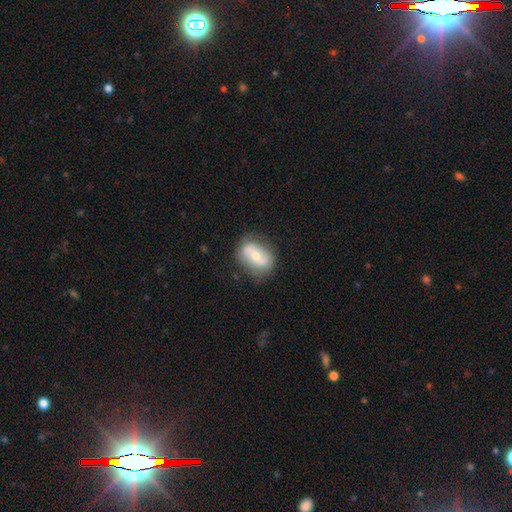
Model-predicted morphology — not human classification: Smooth or featured? Predicted: featured or disk (p=0.52). Edge-on disk? Predicted: no (p=0.95). Merging? Predicted: none (p=0.73).